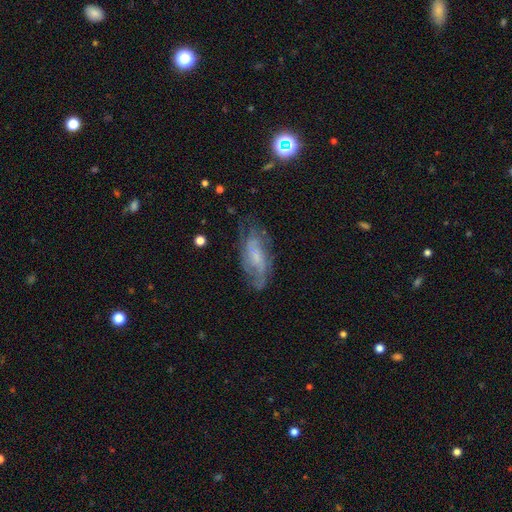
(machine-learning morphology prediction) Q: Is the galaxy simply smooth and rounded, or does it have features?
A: featured or disk — 68%.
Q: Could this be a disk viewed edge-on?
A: no — 90%.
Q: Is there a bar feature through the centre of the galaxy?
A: no — 48%.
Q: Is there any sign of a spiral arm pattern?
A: yes — 84%.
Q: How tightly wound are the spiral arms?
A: medium — 43%.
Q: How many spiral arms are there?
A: can't tell — 41%.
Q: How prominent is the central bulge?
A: small — 46%.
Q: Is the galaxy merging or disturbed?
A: none — 63%.